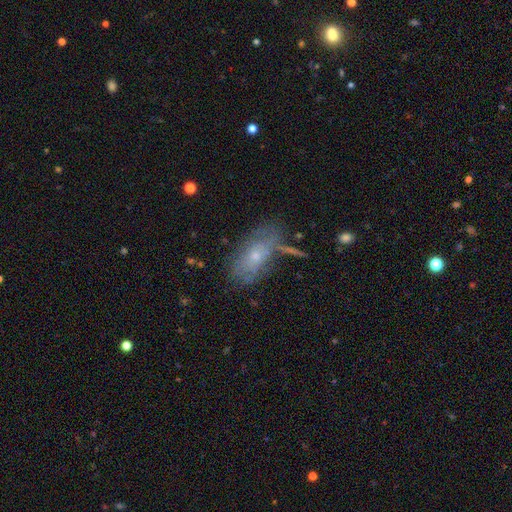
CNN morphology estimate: Smooth or featured?
  - smooth: 45% *
  - featured or disk: 44%
  - star or artifact: 11%
Merging?
  - none: 53% *
  - minor disturbance: 24%
  - major disturbance: 13%
  - merger: 9%